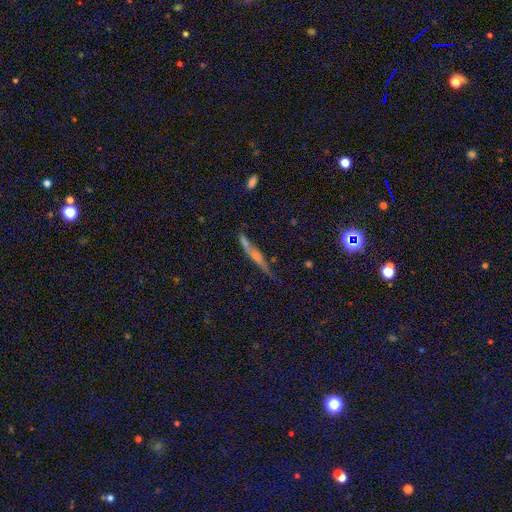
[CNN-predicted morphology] This is possibly a featured or disk galaxy (55%). It is clearly viewed edge-on (88%). Merging: likely none (62%).